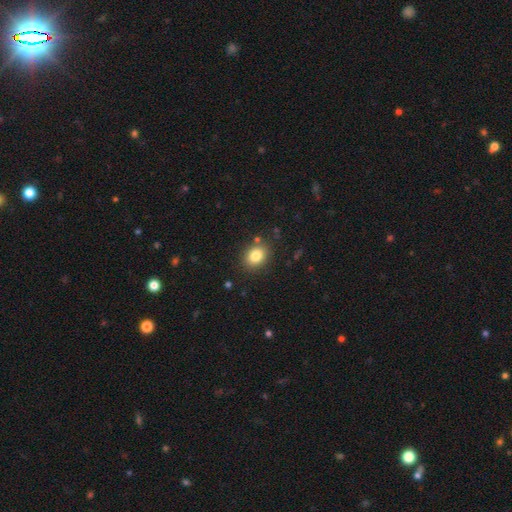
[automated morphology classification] A smooth galaxy with no disk features (83%) that is in between round and cigar-shaped (56%). Merging: none (84%).